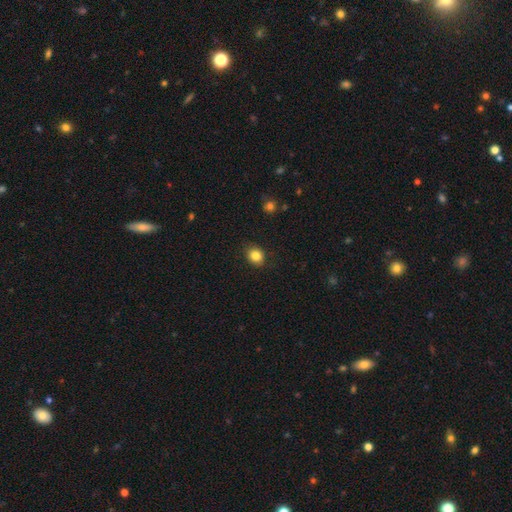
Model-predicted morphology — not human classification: This is clearly a smooth galaxy (84%). How rounded: likely round (65%). Merging: clearly none (87%).